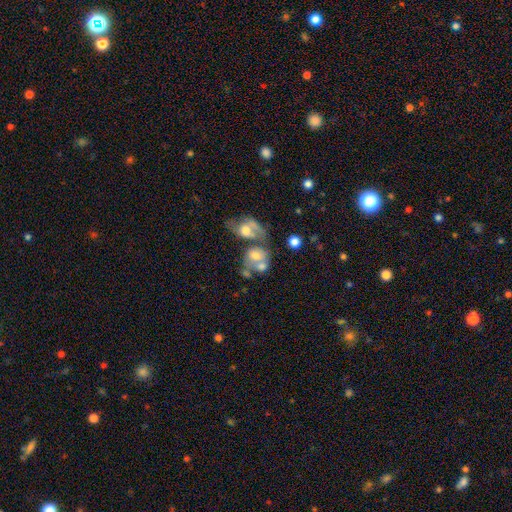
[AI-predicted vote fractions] Overall: smooth (54%; featured or disk 35%). How rounded: round (52%; in between 47%). Merging: merger (61%).